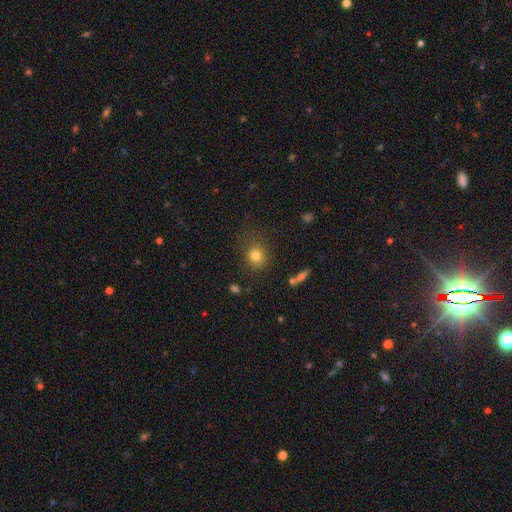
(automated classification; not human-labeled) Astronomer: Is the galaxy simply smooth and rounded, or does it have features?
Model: smooth — 79%.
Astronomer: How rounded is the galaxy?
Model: round — 82%.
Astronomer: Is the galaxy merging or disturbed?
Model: none — 78%.